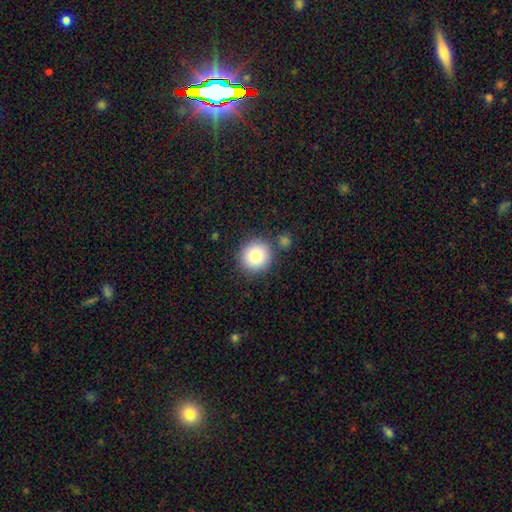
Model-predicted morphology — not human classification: Overall: smooth (81%). How rounded: round (93%). Merging: none (82%).